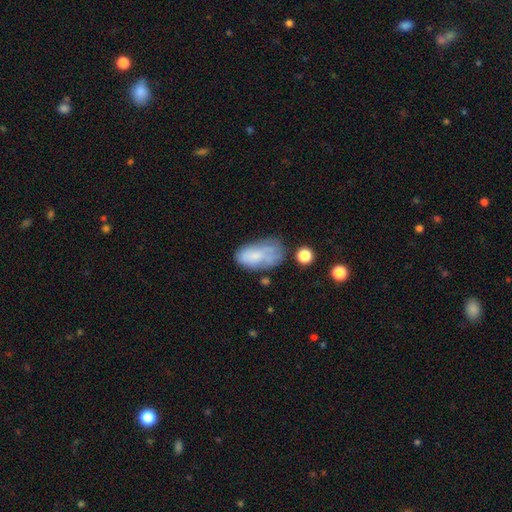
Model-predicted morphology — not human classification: The model was most divided on "merging": none: 42%, minor disturbance: 31%, major disturbance: 18%, merger: 8%. More confident: how rounded — in between (92%); smooth or featured — smooth (58%).